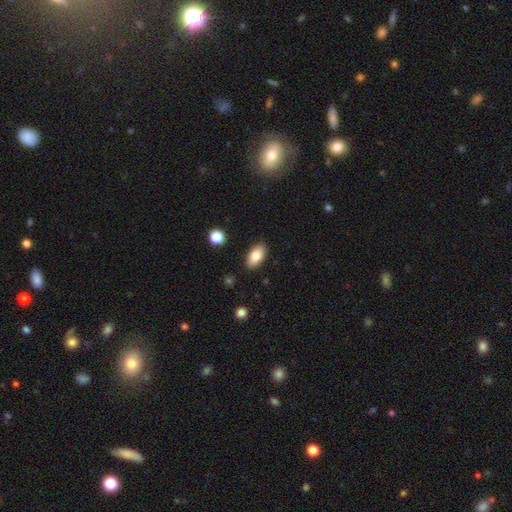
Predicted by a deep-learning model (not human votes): Smooth or featured? Predicted: smooth (p=0.81). How rounded? Predicted: in between (p=0.92). Merging? Predicted: none (p=0.88).